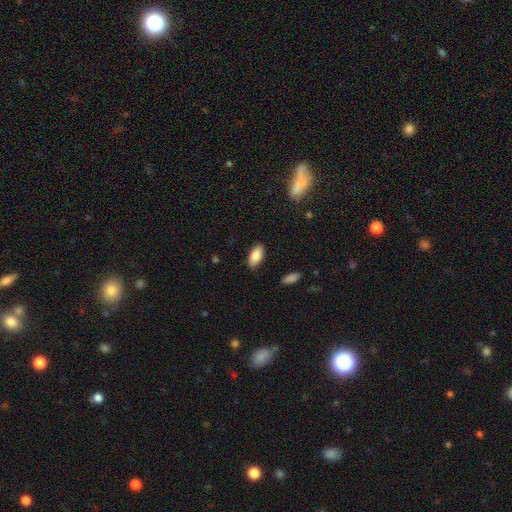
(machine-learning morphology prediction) This appears to be a smooth galaxy with no disk features (86%) that is in between round and cigar-shaped (91%). Merging: none (86%).